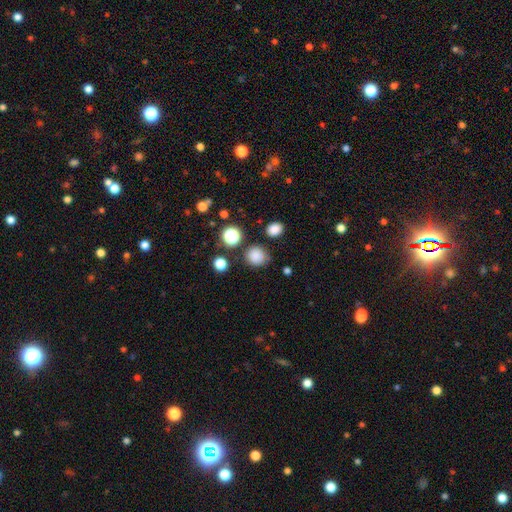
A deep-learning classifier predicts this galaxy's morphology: This appears to be a smooth galaxy with no disk features (81%) that is round (85%). Merging: none (77%).